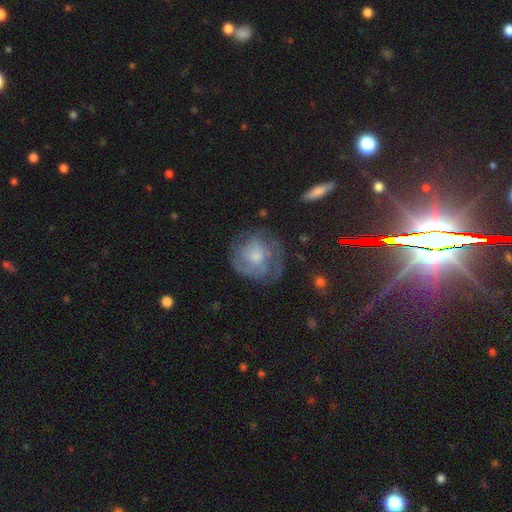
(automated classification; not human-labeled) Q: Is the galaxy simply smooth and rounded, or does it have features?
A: featured or disk — 57%.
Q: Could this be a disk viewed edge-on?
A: no — 97%.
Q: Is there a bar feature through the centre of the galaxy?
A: no — 78%.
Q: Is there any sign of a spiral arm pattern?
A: yes — 67%.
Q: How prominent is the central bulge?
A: small — 41%.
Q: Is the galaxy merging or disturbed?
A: none — 60%.